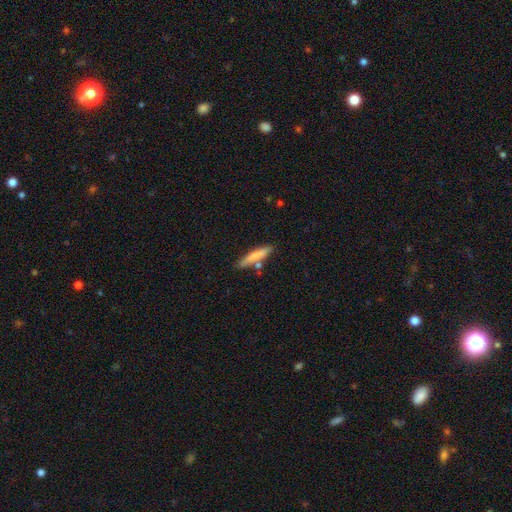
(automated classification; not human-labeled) This appears to be a smooth galaxy with no disk features (68%) that is cigar-shaped (87%). Merging: none (75%).